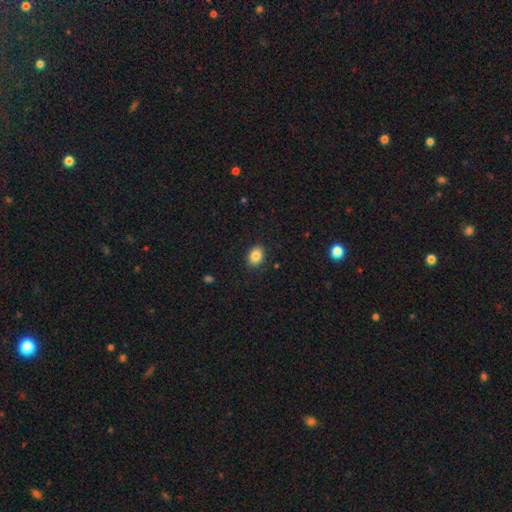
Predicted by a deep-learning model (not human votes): Smooth or featured? smooth (85%)
How rounded? in between (64%)
Merging? none (89%)